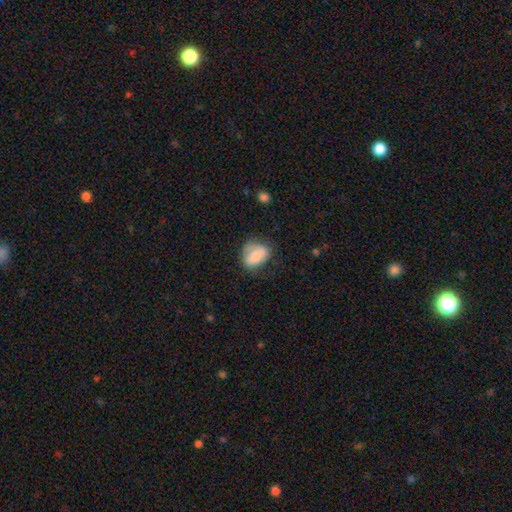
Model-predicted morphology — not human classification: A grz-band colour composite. It shows a smooth galaxy with no disk features (65%) that is in between round and cigar-shaped (58%). Merging: none (46%).